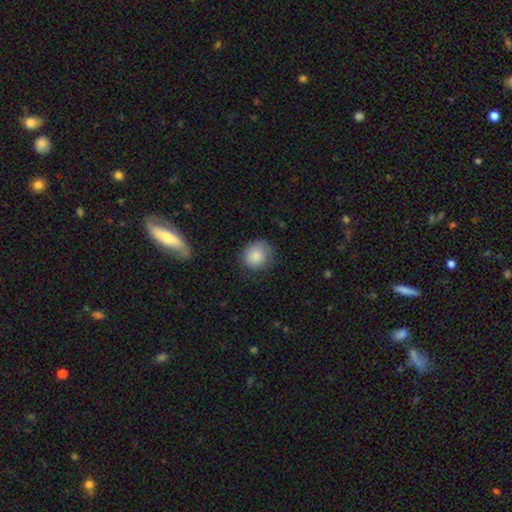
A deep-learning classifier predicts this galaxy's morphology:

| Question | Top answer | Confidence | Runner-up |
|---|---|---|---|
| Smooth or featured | smooth | 85% | star or artifact (8%) |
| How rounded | round | 80% | in between (19%) |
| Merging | none | 75% | minor disturbance (19%) |